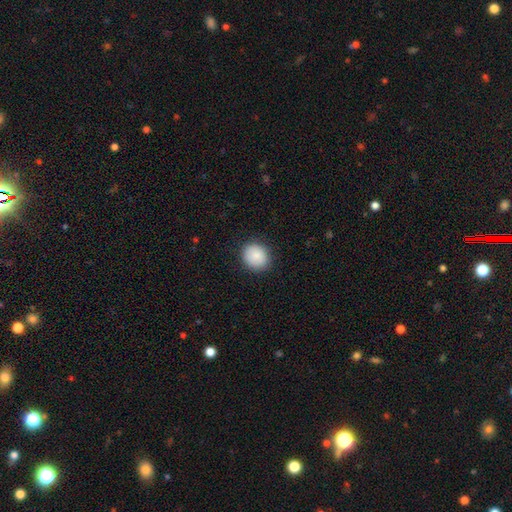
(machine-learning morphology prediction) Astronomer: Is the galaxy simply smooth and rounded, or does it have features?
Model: smooth — 87%.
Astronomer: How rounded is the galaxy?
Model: round — 74%.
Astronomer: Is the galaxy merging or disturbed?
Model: none — 87%.